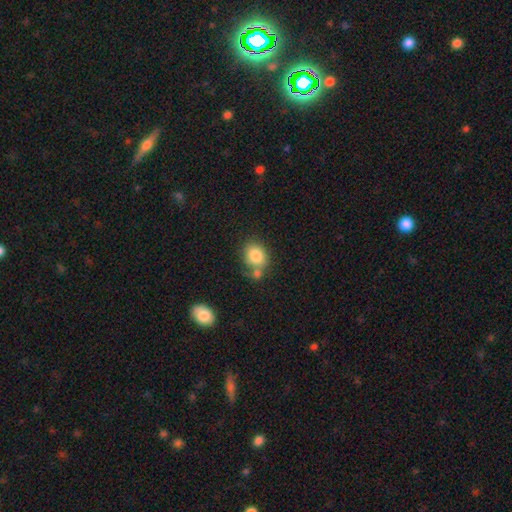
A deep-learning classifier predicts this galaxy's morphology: smooth_or_featured: smooth (p=0.83) [alt: star or artifact p=0.09]
how_rounded: round (p=0.56) [alt: in between p=0.43]
merging: none (p=0.54) [alt: merger p=0.26]